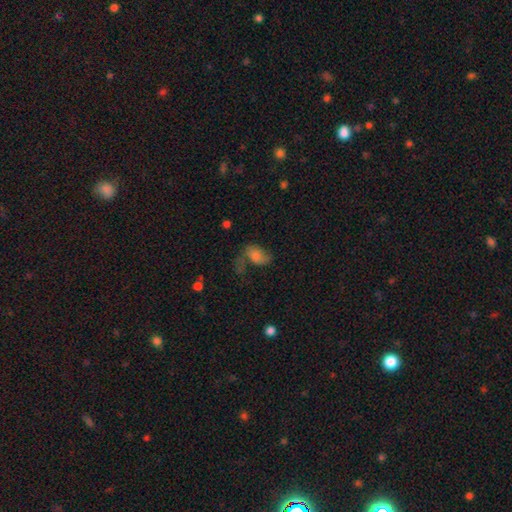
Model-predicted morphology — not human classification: A smooth galaxy with no disk features (57%) that is in between round and cigar-shaped (87%).

Vote fractions:
- Smooth or featured? smooth: 57% / featured or disk: 28% / star or artifact: 15%
- How rounded? in between: 87% / round: 10% / cigar-shaped: 2%
- Merging? none: 34% / major disturbance: 32% / minor disturbance: 22% / merger: 12%